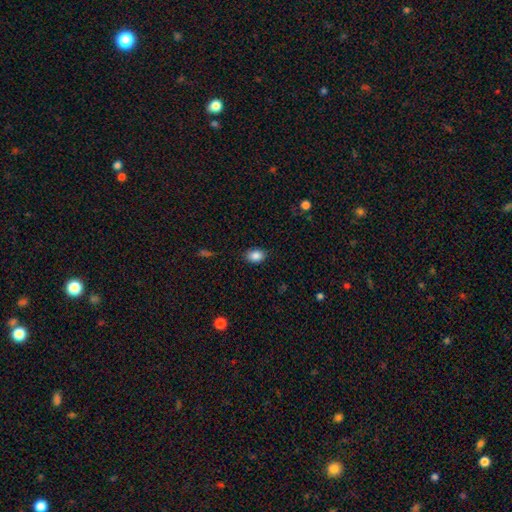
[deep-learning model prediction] smooth_or_featured: smooth (p=0.87) [alt: star or artifact p=0.09]
how_rounded: in between (p=0.74) [alt: round p=0.25]
merging: none (p=0.85) [alt: minor disturbance p=0.11]